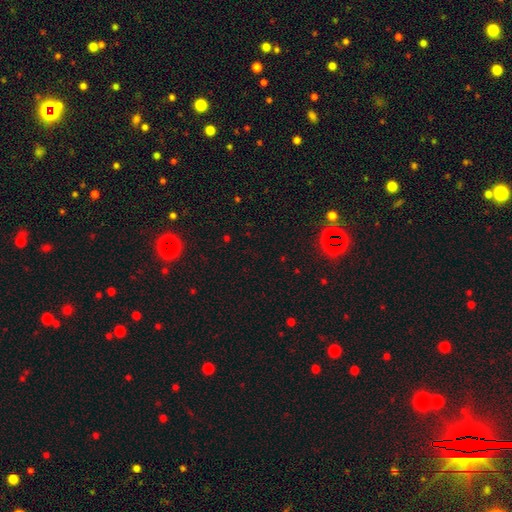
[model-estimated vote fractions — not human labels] Smooth or featured? Predicted: star or artifact (p=0.69).